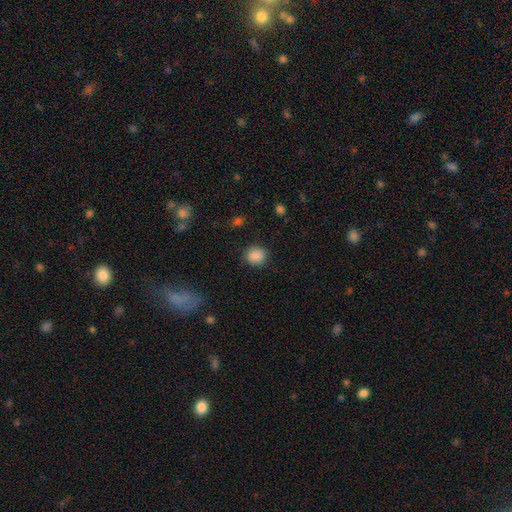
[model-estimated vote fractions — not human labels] Smooth or featured?
  - smooth: 87% *
  - star or artifact: 9%
  - featured or disk: 4%
How rounded?
  - round: 78% *
  - in between: 21%
  - cigar-shaped: 1%
Merging?
  - none: 83% *
  - minor disturbance: 12%
  - major disturbance: 3%
  - merger: 1%